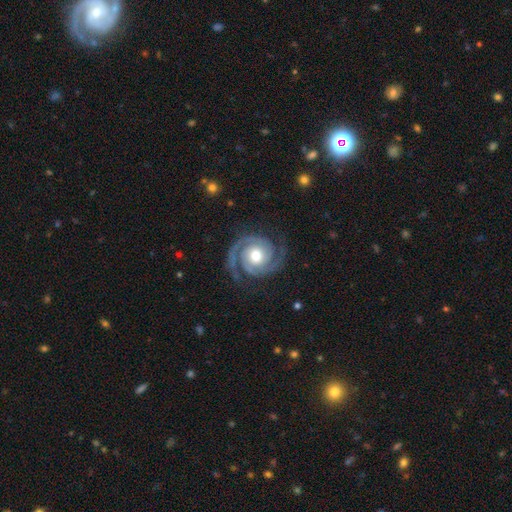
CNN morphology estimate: Q: Smooth or featured?
A: featured or disk (93%); runner-up: star or artifact (4%)
Q: Edge-on disk?
A: no (98%); runner-up: yes (2%)
Q: Bar?
A: no (72%); runner-up: weak (20%)
Q: Spiral arms?
A: yes (99%); runner-up: no (1%)
Q: Spiral winding?
A: tight (60%); runner-up: medium (35%)
Q: Spiral arm count?
A: 2 (92%); runner-up: 3 (3%)
Q: Bulge size?
A: moderate (74%); runner-up: small (14%)
Q: Merging?
A: none (83%); runner-up: minor disturbance (12%)